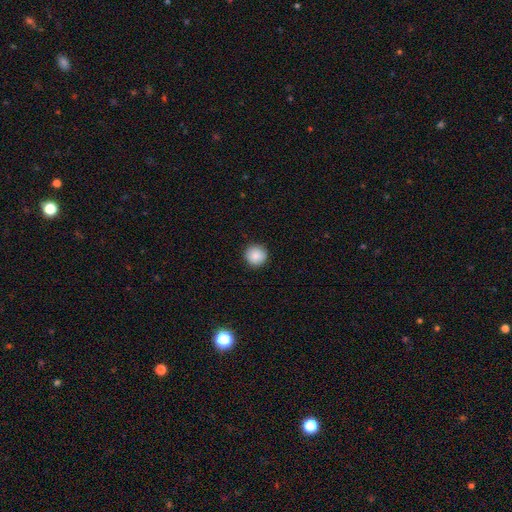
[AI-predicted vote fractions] This is clearly a smooth galaxy (88%). How rounded: clearly round (95%). Merging: clearly none (92%).